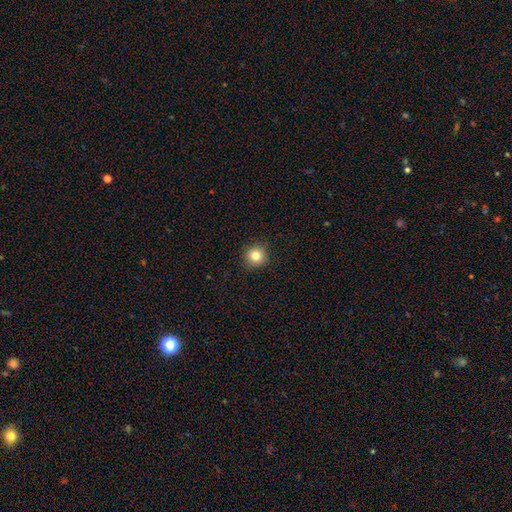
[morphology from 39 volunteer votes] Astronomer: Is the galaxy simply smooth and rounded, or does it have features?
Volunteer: smooth — 92%.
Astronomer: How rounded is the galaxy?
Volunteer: round — 97%.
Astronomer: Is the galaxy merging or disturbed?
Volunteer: none — 95%.